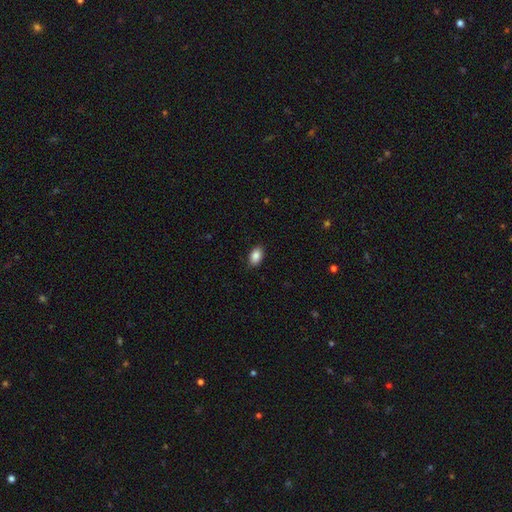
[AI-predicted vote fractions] smooth 87%, star or artifact 8%, featured or disk 5%. Down the decision tree: how rounded — in between (89%); merging — none (87%).